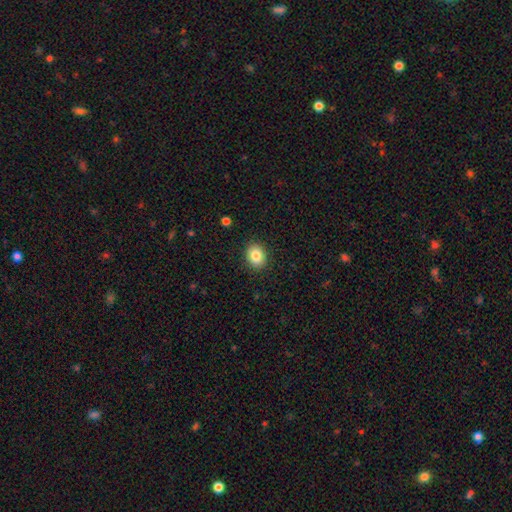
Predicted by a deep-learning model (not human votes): Smooth or featured? smooth (84%)
How rounded? round (52%)
Merging? none (90%)